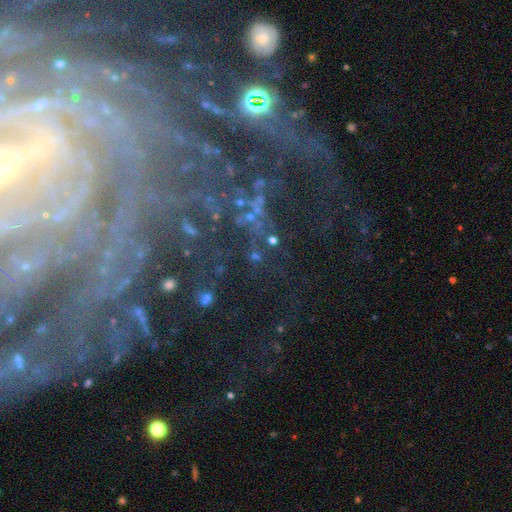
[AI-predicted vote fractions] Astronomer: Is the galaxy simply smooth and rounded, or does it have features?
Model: star or artifact — 57%.